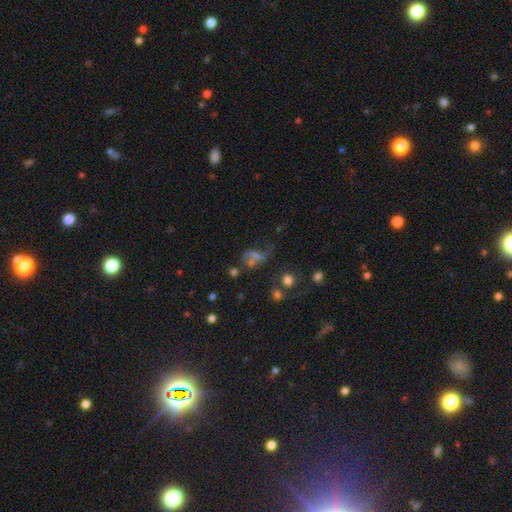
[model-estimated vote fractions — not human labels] Morphology: type=featured or disk (35%); merging=none (36%).